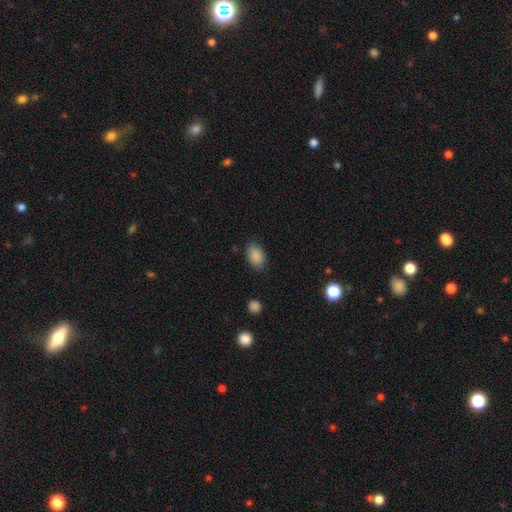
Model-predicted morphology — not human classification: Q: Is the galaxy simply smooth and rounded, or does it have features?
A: smooth — 88%.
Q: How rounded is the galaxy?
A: in between — 86%.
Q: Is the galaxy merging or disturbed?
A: none — 81%.